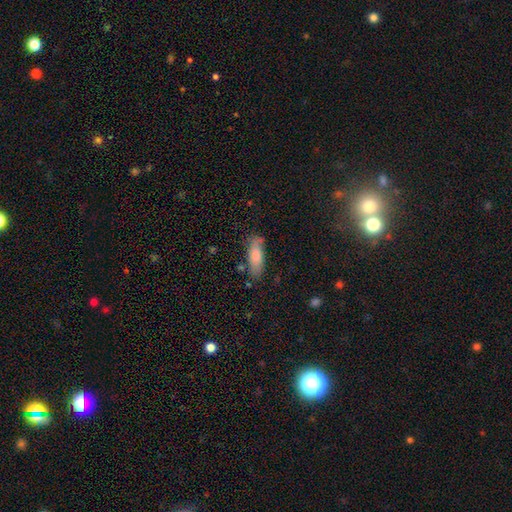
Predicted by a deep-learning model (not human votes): This appears to be a smooth galaxy with no disk features (78%) that is in between round and cigar-shaped (62%). Merging: none (74%).